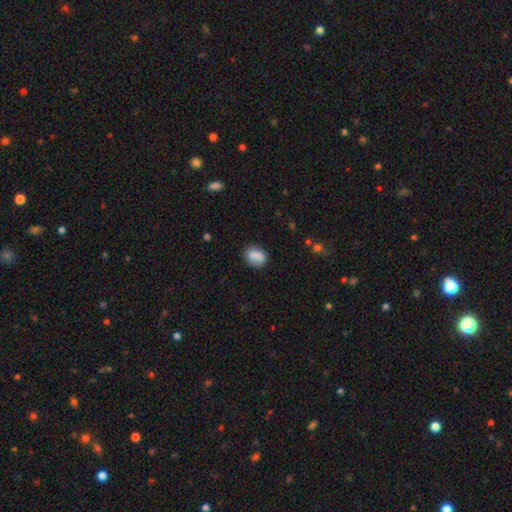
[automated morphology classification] This is clearly a smooth galaxy (81%). How rounded: possibly in between (59%). Merging: likely none (73%).